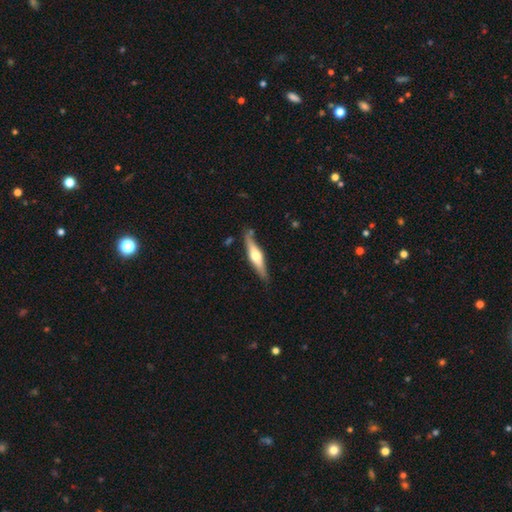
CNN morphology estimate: type=featured or disk (63%); edge-on=yes (96%); edge-on bulge=rounded (92%); merging=none (82%).